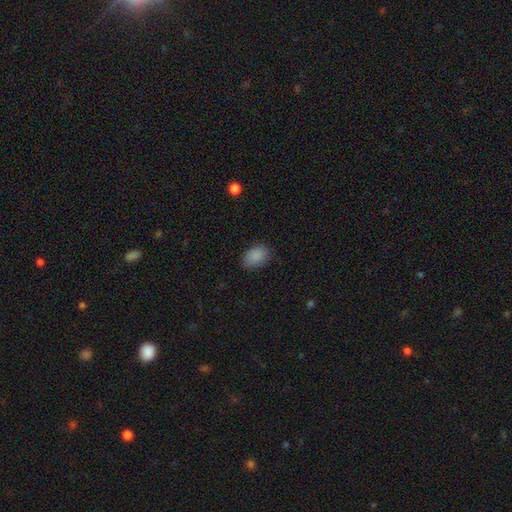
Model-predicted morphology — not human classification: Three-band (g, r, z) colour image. It shows a smooth galaxy with no disk features (88%) that is in between round and cigar-shaped (83%). Merging: none (84%).